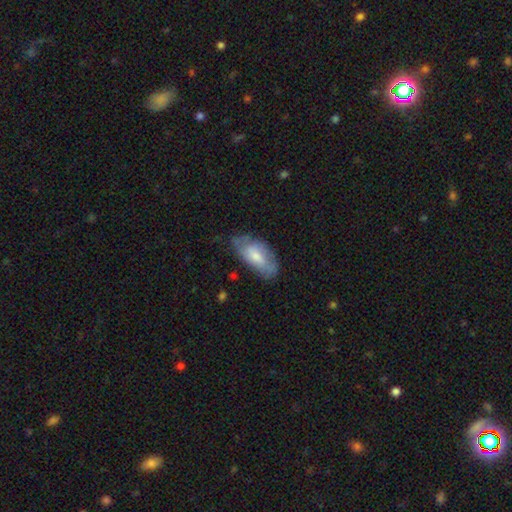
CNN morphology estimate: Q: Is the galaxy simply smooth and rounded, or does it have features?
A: smooth — 59%.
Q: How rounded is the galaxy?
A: in between — 88%.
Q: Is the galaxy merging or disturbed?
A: none — 54%.